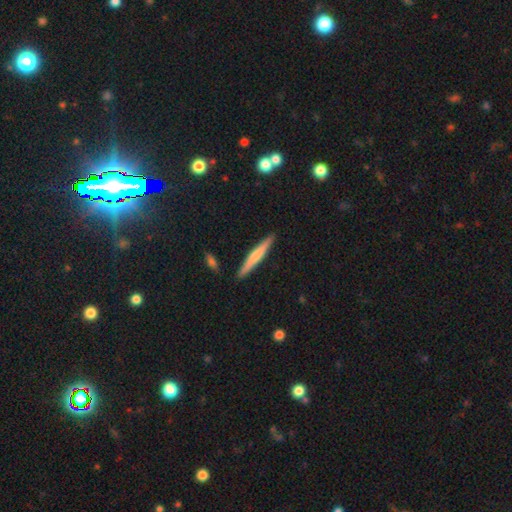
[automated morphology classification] Smooth or featured? smooth (56%)
How rounded? cigar-shaped (95%)
Merging? none (90%)